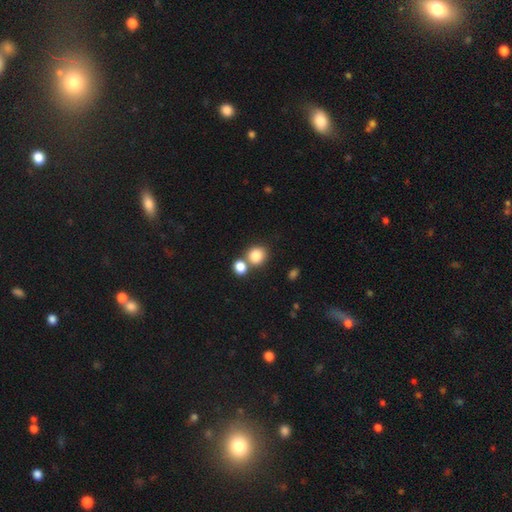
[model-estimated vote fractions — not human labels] Q: Smooth or featured?
A: smooth (83%); runner-up: star or artifact (10%)
Q: How rounded?
A: round (78%); runner-up: in between (21%)
Q: Merging?
A: none (54%); runner-up: merger (35%)